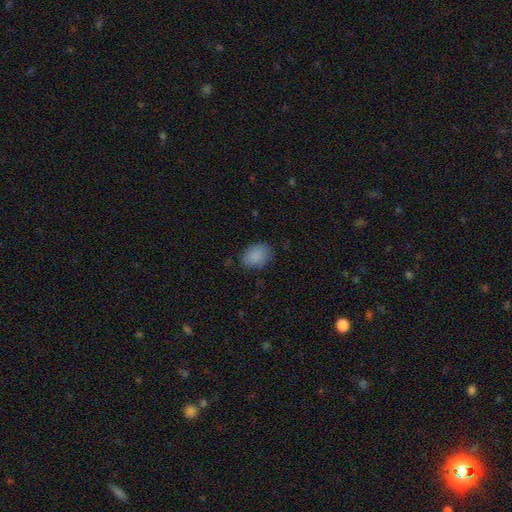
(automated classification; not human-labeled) Smooth or featured?
  - smooth: 87% *
  - star or artifact: 8%
  - featured or disk: 5%
How rounded?
  - in between: 67% *
  - round: 32%
  - cigar-shaped: 1%
Merging?
  - none: 76% *
  - minor disturbance: 18%
  - major disturbance: 4%
  - merger: 1%